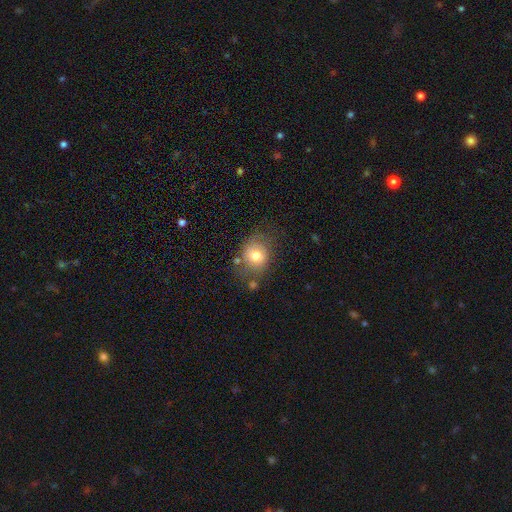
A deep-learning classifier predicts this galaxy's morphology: smooth 73%, featured or disk 17%, star or artifact 10%. Down the decision tree: how rounded — round (60%); merging — none (60%).